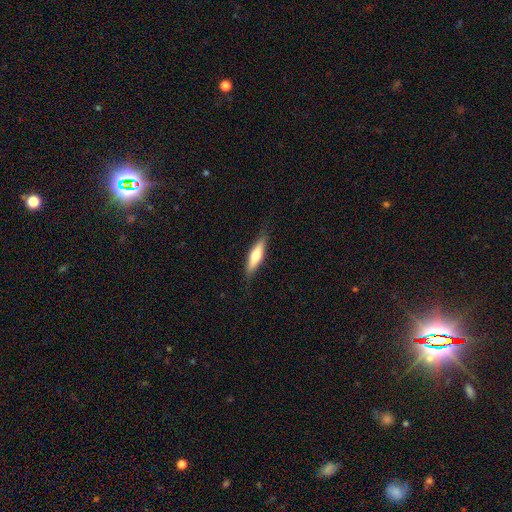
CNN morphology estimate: smooth-or-featured: smooth: 59% | featured or disk: 35% | star or artifact: 6%
  how-rounded: cigar-shaped: 69% | in between: 29% | round: 2%
  merging: none: 84% | minor disturbance: 13% | major disturbance: 3% | merger: 1%